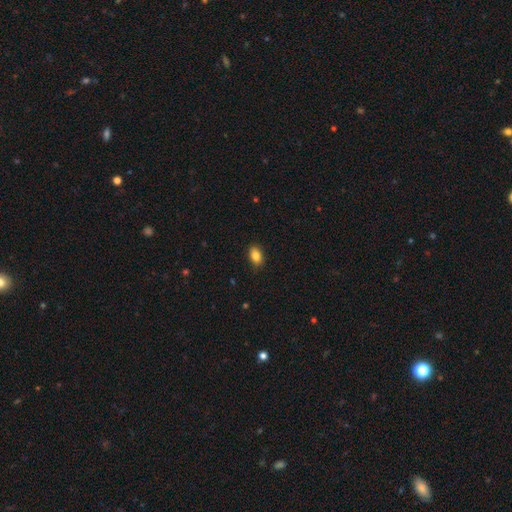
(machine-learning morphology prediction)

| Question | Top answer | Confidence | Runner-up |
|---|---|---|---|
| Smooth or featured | smooth | 86% | star or artifact (8%) |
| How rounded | in between | 87% | round (12%) |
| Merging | none | 88% | minor disturbance (9%) |